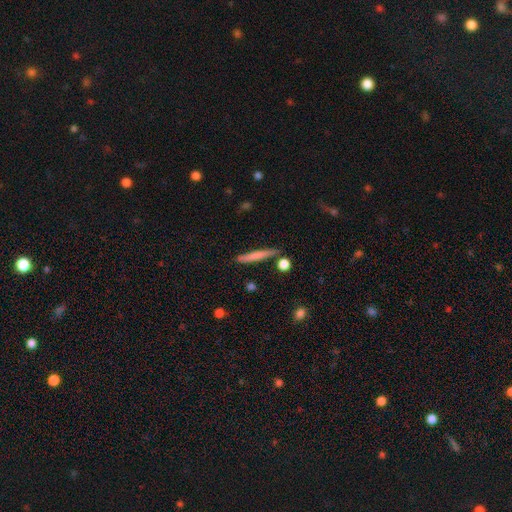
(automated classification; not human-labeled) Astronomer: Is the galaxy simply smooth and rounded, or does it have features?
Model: smooth — 67%.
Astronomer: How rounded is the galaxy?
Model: cigar-shaped — 94%.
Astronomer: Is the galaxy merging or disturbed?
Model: none — 82%.